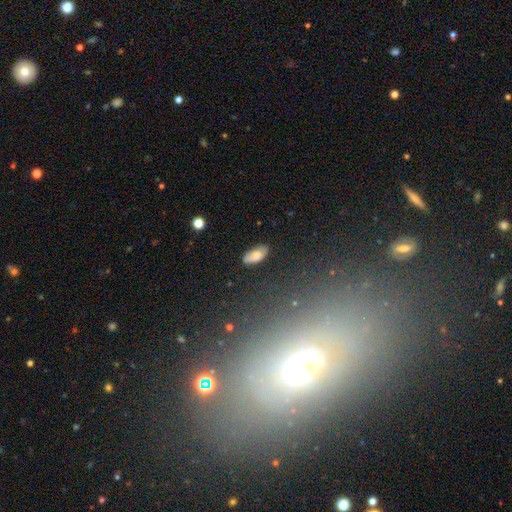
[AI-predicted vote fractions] Smooth or featured: smooth — 74% (featured or disk — 17%)
How rounded: in between — 92% (cigar-shaped — 5%)
Merging: none — 76% (minor disturbance — 18%)